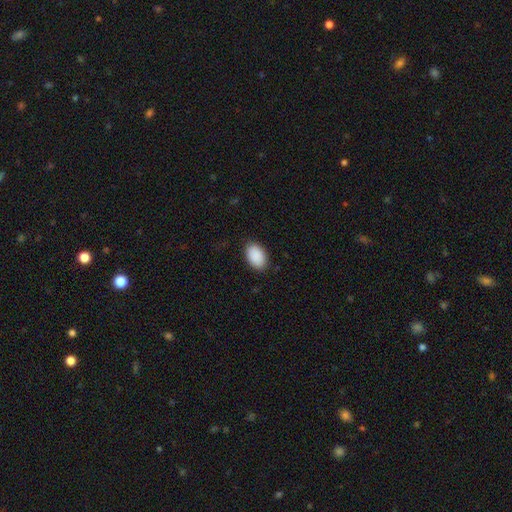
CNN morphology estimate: Smooth or featured? smooth (91%)
How rounded? in between (92%)
Merging? none (87%)